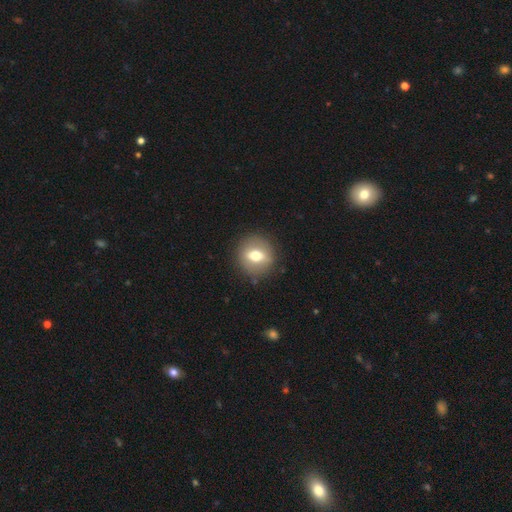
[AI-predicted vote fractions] smooth 60%, featured or disk 31%, star or artifact 9%. Down the decision tree: how rounded — round (80%); merging — none (88%).